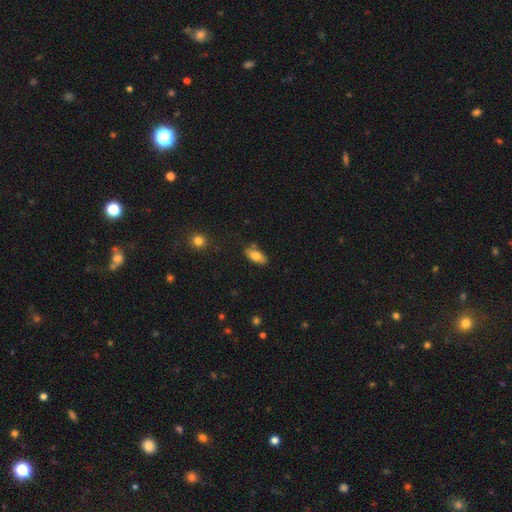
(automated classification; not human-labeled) Morphology: type=smooth (80%); roundness=in between (88%); merging=none (74%).